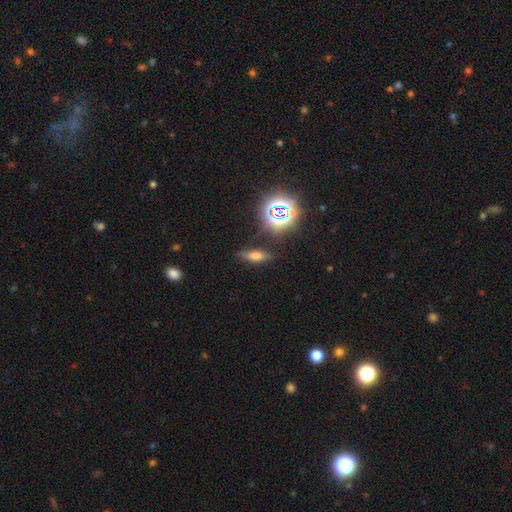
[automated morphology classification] This appears to be a smooth galaxy with no disk features (50%). Merging: none (77%).